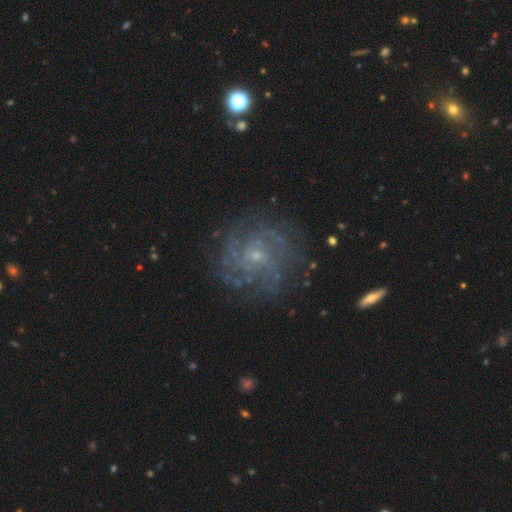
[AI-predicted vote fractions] smooth-or-featured: featured or disk: 83% | star or artifact: 9% | smooth: 9%
  disk-edge-on: no: 98% | yes: 2%
    bar: no: 66% | weak: 29% | strong: 5%
    has-spiral-arms: yes: 94% | no: 6%
      spiral-winding: tight: 61% | medium: 31% | loose: 8%
      spiral-arm-count: can't tell: 33% | 4: 22% | more than 4: 14% | 3: 13% | 2: 10% | 1: 7%
    bulge-size: small: 79% | moderate: 16% | none: 4% | large: 1% | dominant: 1%
  merging: none: 78% | minor disturbance: 14% | major disturbance: 7% | merger: 1%